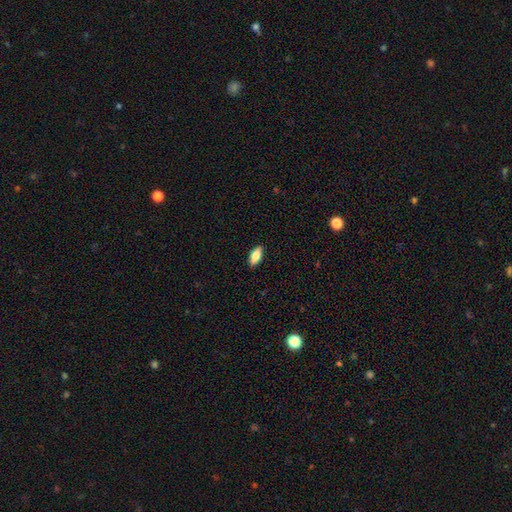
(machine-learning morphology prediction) smooth_or_featured: smooth (p=0.79) [alt: featured or disk p=0.15]
how_rounded: in between (p=0.84) [alt: cigar-shaped p=0.13]
merging: none (p=0.89) [alt: minor disturbance p=0.08]